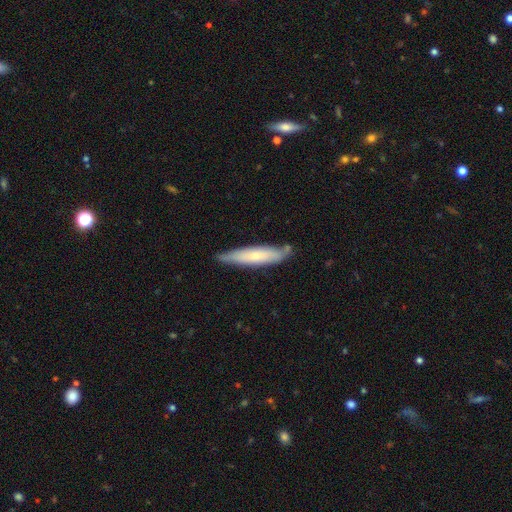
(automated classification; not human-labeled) Morphology: type=smooth (56%); roundness=cigar-shaped (84%); merging=none (77%).